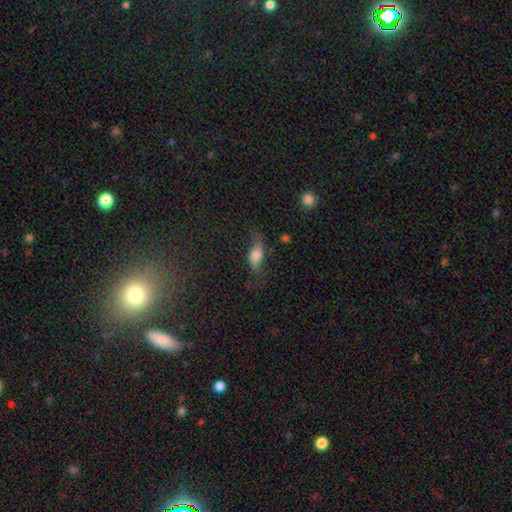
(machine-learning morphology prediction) Smooth or featured: smooth — 55% (featured or disk — 35%)
How rounded: in between — 75% (cigar-shaped — 19%)
Merging: none — 54% (minor disturbance — 26%)